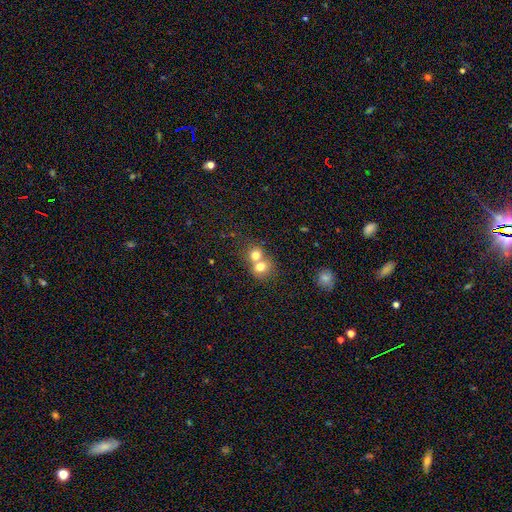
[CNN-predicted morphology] Smooth or featured? smooth (75%)
How rounded? round (75%)
Merging? merger (65%)